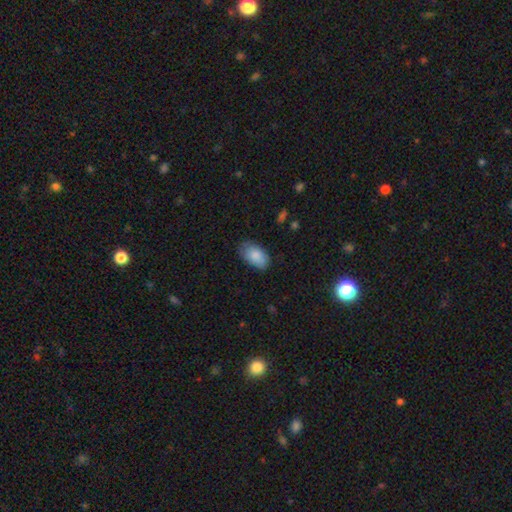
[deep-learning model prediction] This is clearly a smooth galaxy (84%). How rounded: clearly in between (94%). Merging: likely none (72%).